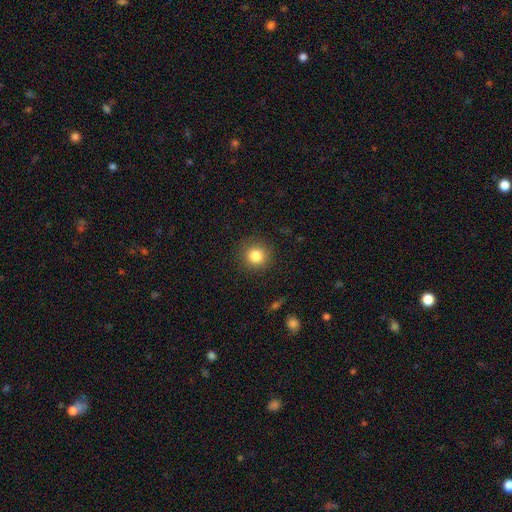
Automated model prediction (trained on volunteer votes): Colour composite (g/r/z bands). It shows a smooth galaxy with no disk features (83%) that is round (92%). Merging: none (89%).